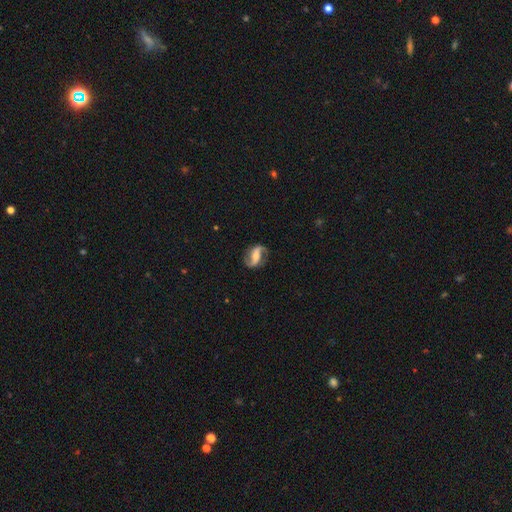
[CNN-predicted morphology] This is clearly a featured or disk galaxy (87%). It is clearly not viewed edge-on (96%). Bar: possibly strong (46%). Spiral arm pattern: clearly yes (95%). Spiral arm count: clearly 2 (92%). Spiral winding: possibly loose (47%). Central bulge: possibly moderate (53%). Merging: clearly none (82%).